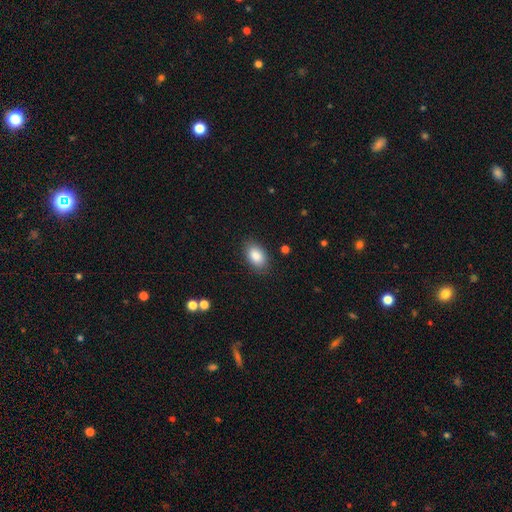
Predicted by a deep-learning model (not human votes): A smooth galaxy with no disk features (88%) that is in between round and cigar-shaped (90%). Merging: none (84%).